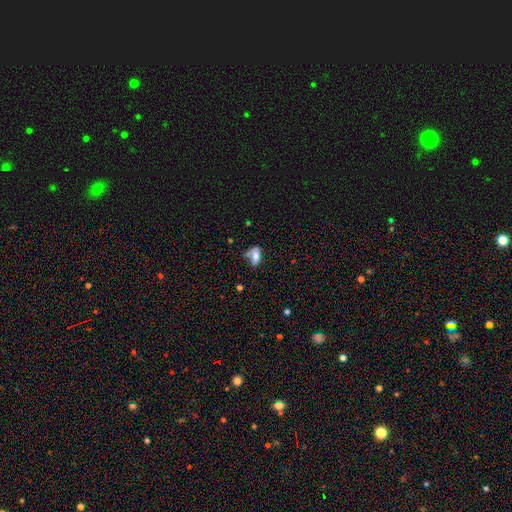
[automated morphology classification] This appears to be a smooth galaxy with no disk features (65%) that is in between round and cigar-shaped (78%). Merging: none (36%).